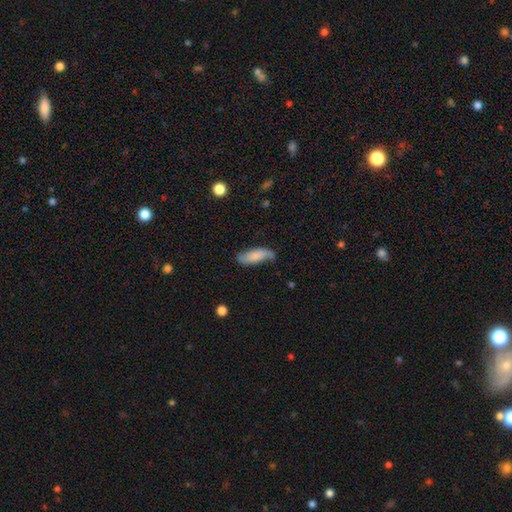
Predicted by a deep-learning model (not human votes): Smooth or featured: smooth — 68% (featured or disk — 25%)
How rounded: in between — 64% (cigar-shaped — 33%)
Merging: none — 63% (minor disturbance — 28%)